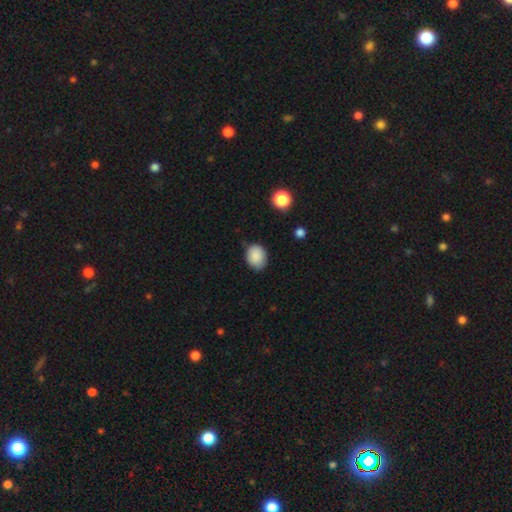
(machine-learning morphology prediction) Smooth or featured? smooth (88%)
How rounded? in between (51%)
Merging? none (76%)